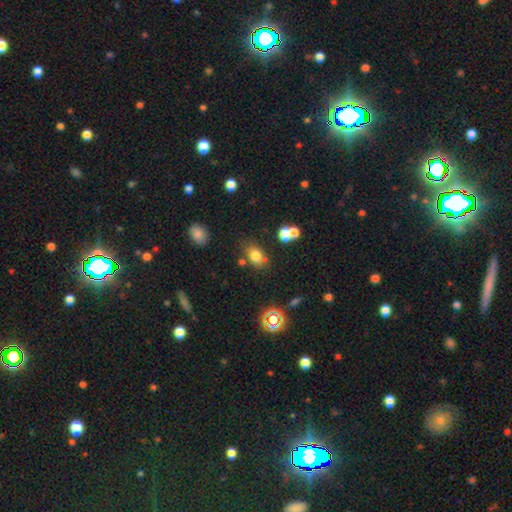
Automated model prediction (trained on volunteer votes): Smooth or featured: smooth — 76% (star or artifact — 14%)
How rounded: in between — 76% (round — 22%)
Merging: none — 66% (minor disturbance — 17%)